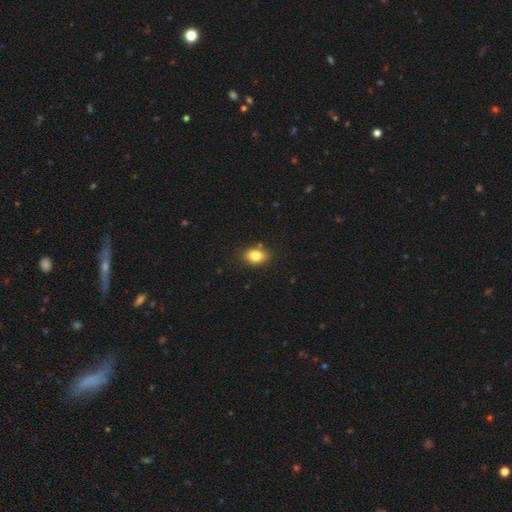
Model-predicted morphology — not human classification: Smooth or featured: smooth — 83% (star or artifact — 9%)
How rounded: in between — 74% (round — 25%)
Merging: none — 86% (minor disturbance — 10%)